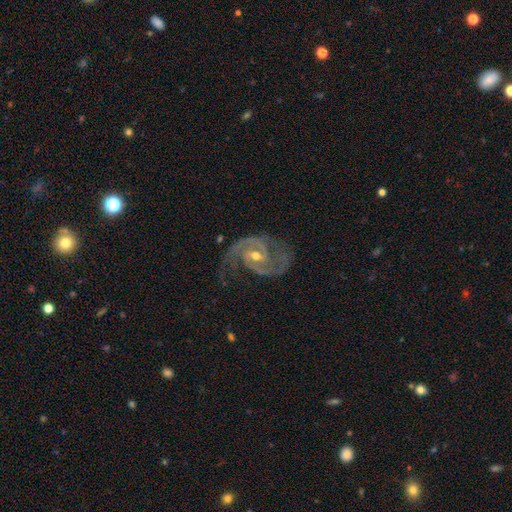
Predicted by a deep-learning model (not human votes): smooth_or_featured: featured or disk (p=0.92) [alt: star or artifact p=0.05]
disk_edge_on: no (p=0.98) [alt: yes p=0.02]
bar: weak (p=0.44) [alt: no p=0.40]
has_spiral_arms: yes (p=0.98) [alt: no p=0.02]
spiral_winding: medium (p=0.54) [alt: tight p=0.32]
spiral_arm_count: 2 (p=0.86) [alt: 3 p=0.05]
bulge_size: moderate (p=0.56) [alt: small p=0.40]
merging: none (p=0.68) [alt: minor disturbance p=0.19]